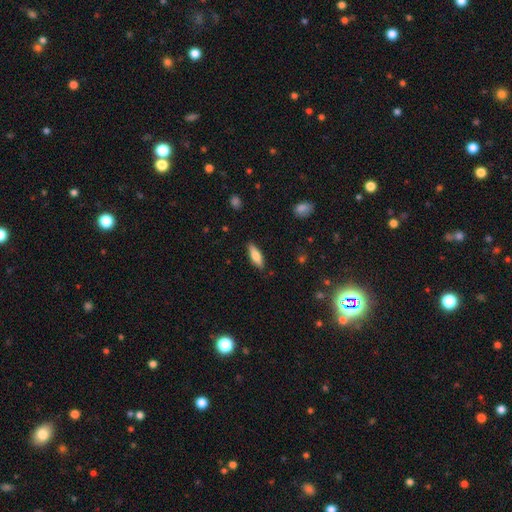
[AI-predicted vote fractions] This is likely a smooth galaxy (69%). How rounded: possibly in between (52%). Merging: clearly none (87%).